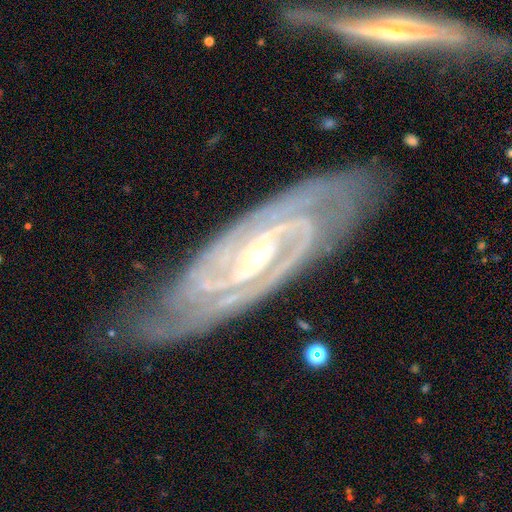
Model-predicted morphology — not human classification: featured or disk 93%, star or artifact 4%, smooth 3%. Down the decision tree: edge-on disk — no (92%); bar — strong (40%); spiral arms — yes (98%); spiral arm count — 2 (64%); spiral winding — tight (64%); bulge size — small (58%); merging — none (75%).